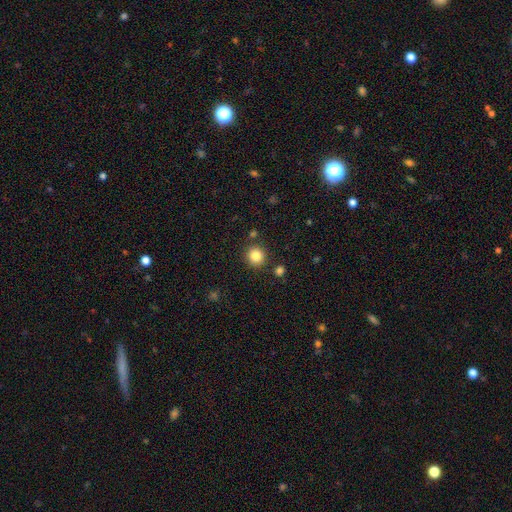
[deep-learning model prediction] Smooth or featured: smooth — 85% (star or artifact — 10%)
How rounded: round — 90% (in between — 9%)
Merging: none — 87% (minor disturbance — 7%)